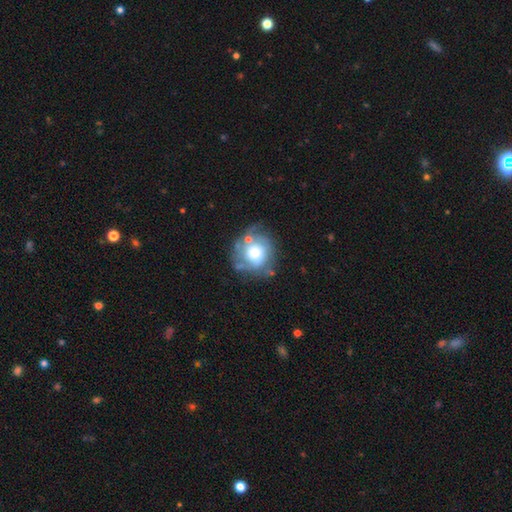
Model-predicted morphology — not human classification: A featured or disk galaxy (53%) with no bar (85%), spiral arms (62%) and a large central bulge (43%). Merging: none (57%).